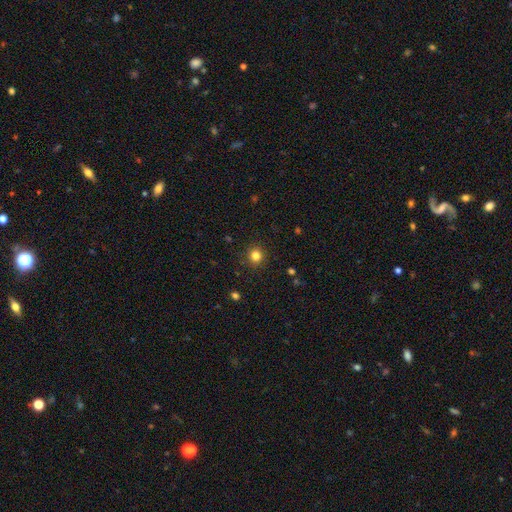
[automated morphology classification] Smooth or featured? Predicted: smooth (p=0.82). How rounded? Predicted: round (p=0.90). Merging? Predicted: none (p=0.90).